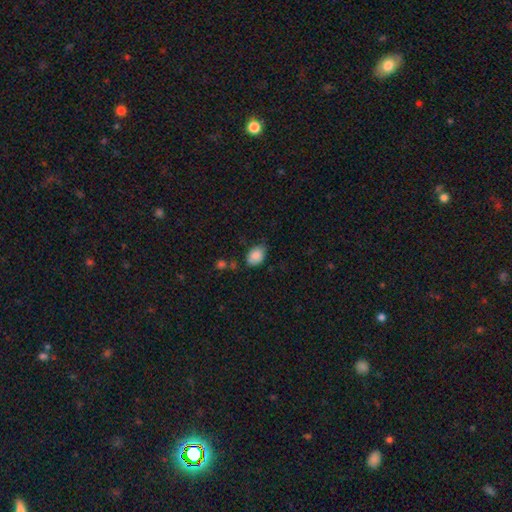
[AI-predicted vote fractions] smooth 87%, star or artifact 8%, featured or disk 5%. Down the decision tree: how rounded — in between (81%); merging — none (64%).